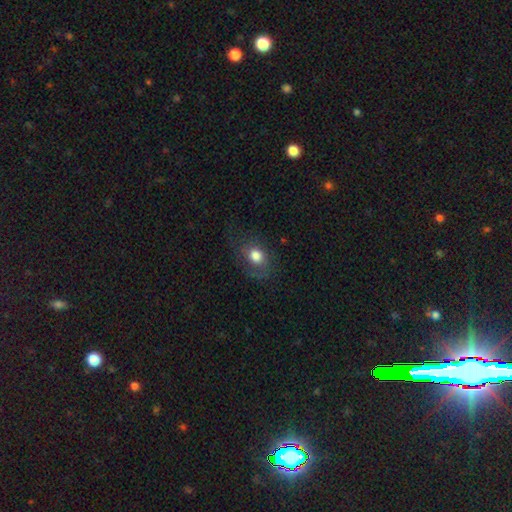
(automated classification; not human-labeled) Morphology: type=smooth (73%); roundness=round (50%); merging=none (60%).